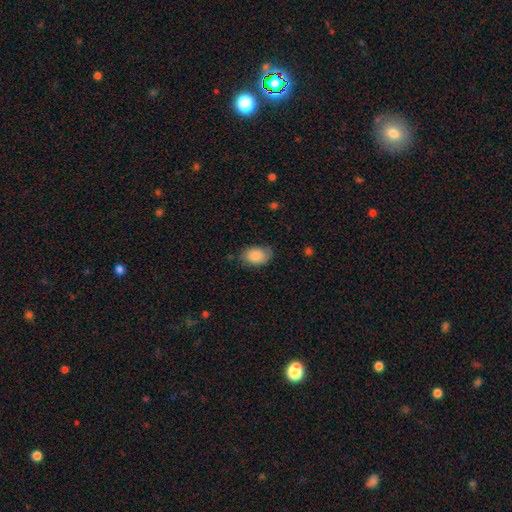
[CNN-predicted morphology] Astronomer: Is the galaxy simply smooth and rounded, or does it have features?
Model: smooth — 86%.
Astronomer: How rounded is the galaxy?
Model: in between — 85%.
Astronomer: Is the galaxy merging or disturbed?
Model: none — 70%.